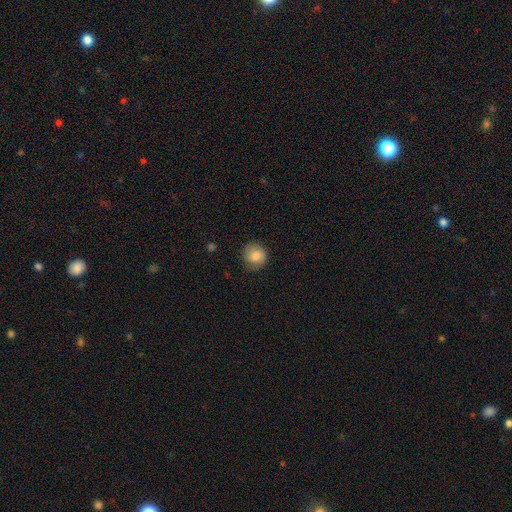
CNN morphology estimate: smooth-or-featured: smooth: 81% | featured or disk: 10% | star or artifact: 8%
  how-rounded: round: 84% | in between: 15% | cigar-shaped: 1%
  merging: none: 78% | minor disturbance: 17% | major disturbance: 4% | merger: 1%